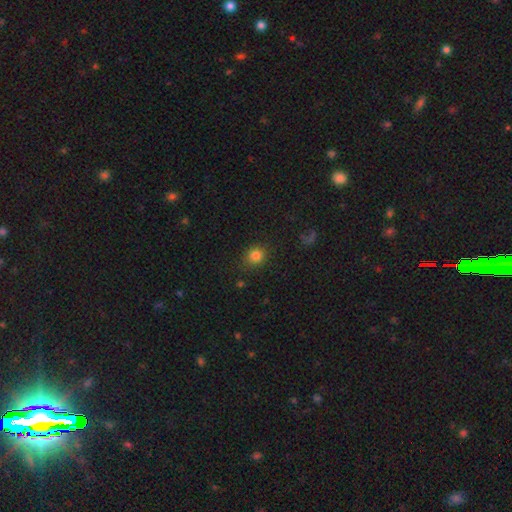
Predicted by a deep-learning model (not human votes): This is clearly a smooth galaxy (83%). How rounded: clearly round (84%). Merging: clearly none (85%).